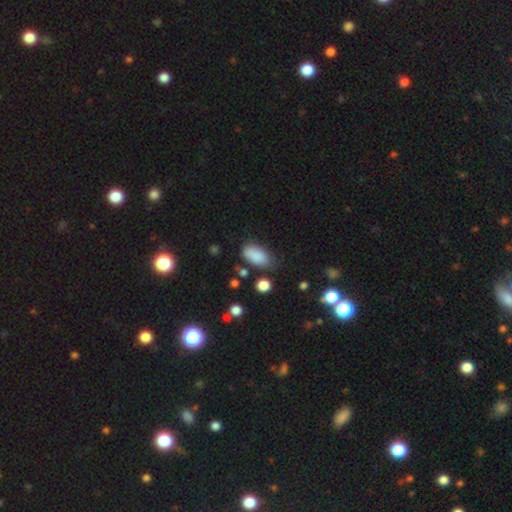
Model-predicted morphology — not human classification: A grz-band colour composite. It shows a smooth galaxy with no disk features (86%) that is in between round and cigar-shaped (92%). Merging: none (66%).